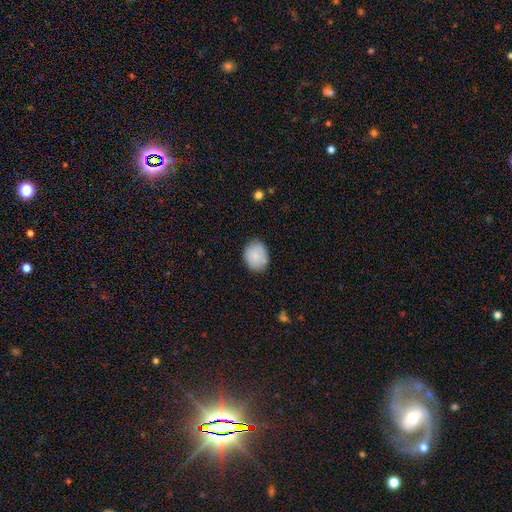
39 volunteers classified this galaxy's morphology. Smooth or featured? 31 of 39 (79%) said smooth. How rounded? 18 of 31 (58%) said in between. Merging? 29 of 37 (78%) said none.